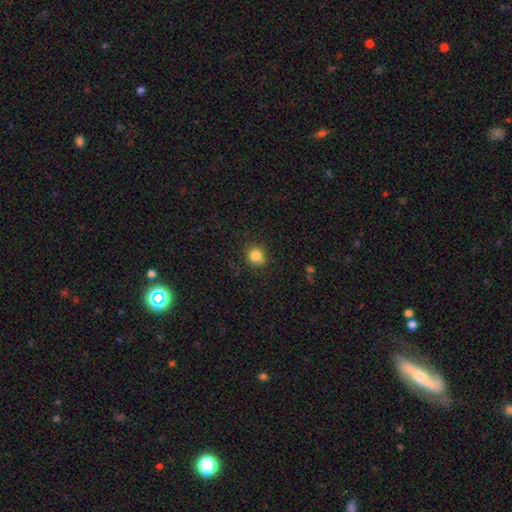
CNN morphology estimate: Smooth or featured? Predicted: smooth (p=0.83). How rounded? Predicted: round (p=0.83). Merging? Predicted: none (p=0.85).